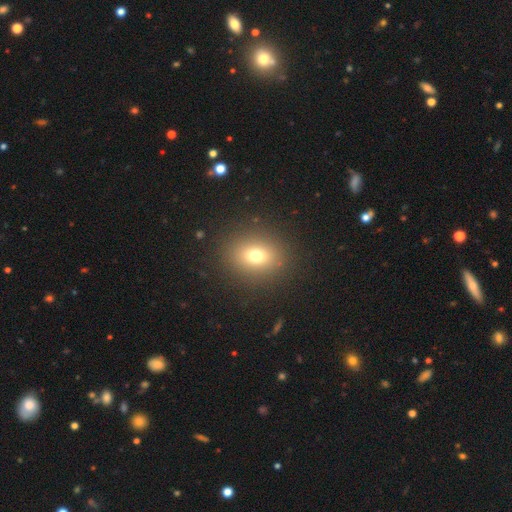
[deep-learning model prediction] The model was most divided on "how rounded": round: 62%, in between: 37%, cigar-shaped: 1%. More confident: merging — none (88%); smooth or featured — smooth (73%).